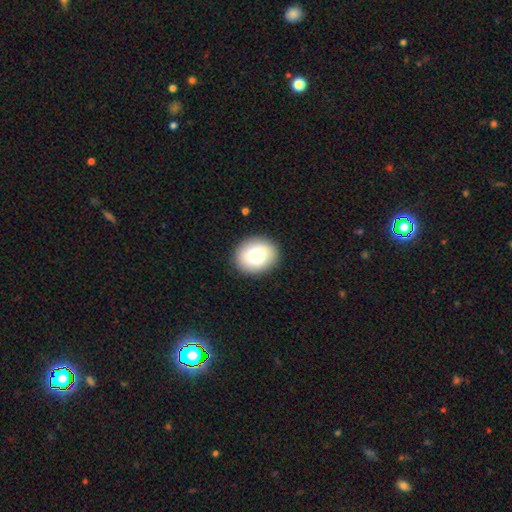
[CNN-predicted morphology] This is likely a smooth galaxy (79%). How rounded: possibly round (57%). Merging: clearly none (89%).